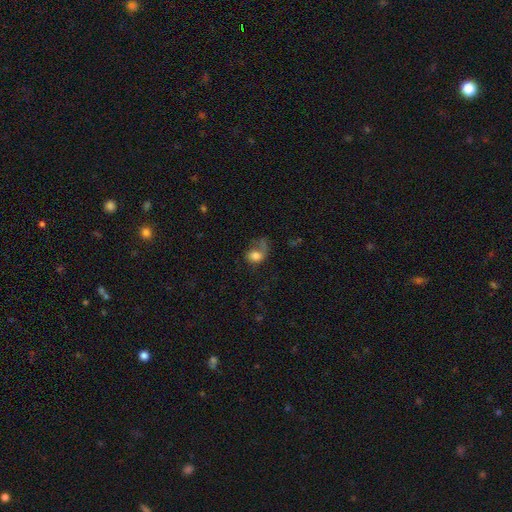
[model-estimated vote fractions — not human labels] Smooth or featured: smooth — 66% (featured or disk — 24%)
How rounded: in between — 54% (round — 45%)
Merging: major disturbance — 46% (none — 27%)